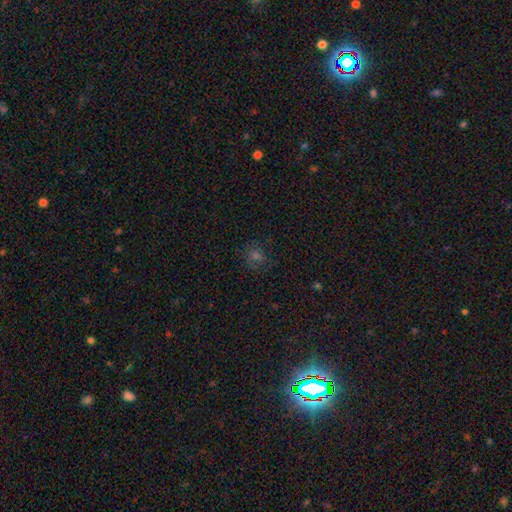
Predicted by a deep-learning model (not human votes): This is possibly a smooth galaxy (50%). How rounded: clearly round (84%). Merging: clearly none (82%).